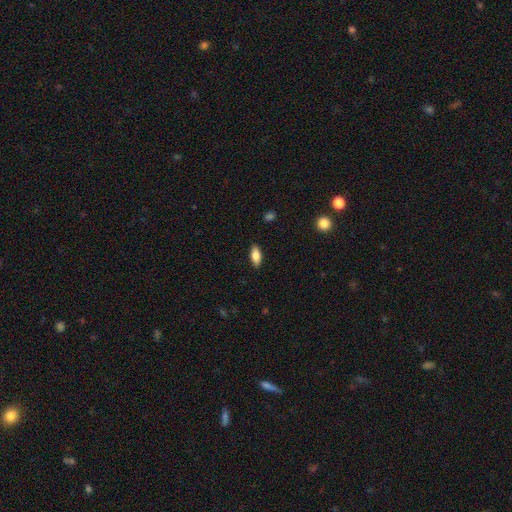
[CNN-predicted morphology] This is likely a smooth galaxy (79%). How rounded: clearly in between (81%). Merging: clearly none (88%).